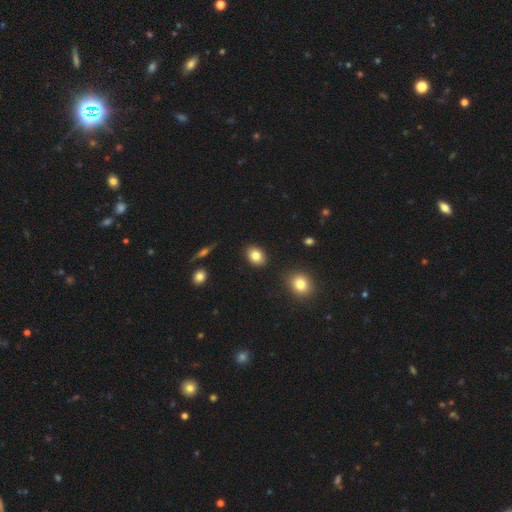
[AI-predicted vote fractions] Smooth or featured? Predicted: smooth (p=0.83). How rounded? Predicted: in between (p=0.69). Merging? Predicted: none (p=0.87).